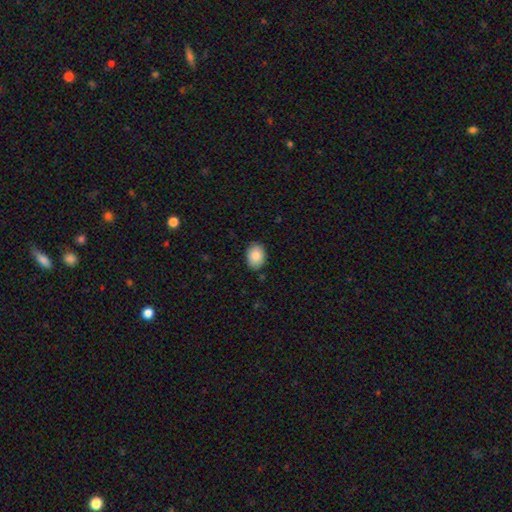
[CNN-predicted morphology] This is clearly a smooth galaxy (87%). How rounded: likely in between (71%). Merging: clearly none (86%).